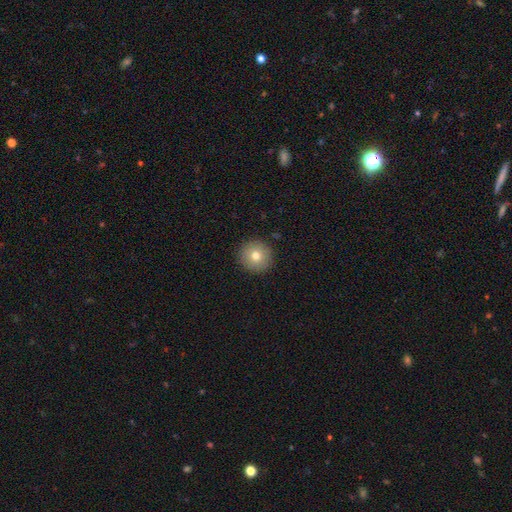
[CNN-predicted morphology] This is likely a smooth galaxy (76%). How rounded: clearly round (95%). Merging: clearly none (91%).